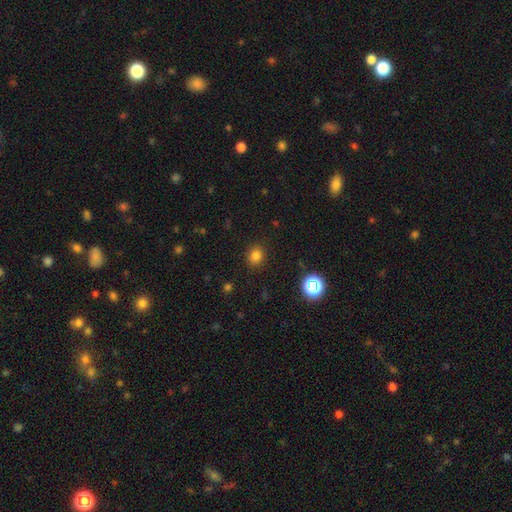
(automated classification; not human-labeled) Smooth or featured: smooth — 80% (star or artifact — 15%)
How rounded: round — 71% (in between — 28%)
Merging: none — 89% (minor disturbance — 7%)